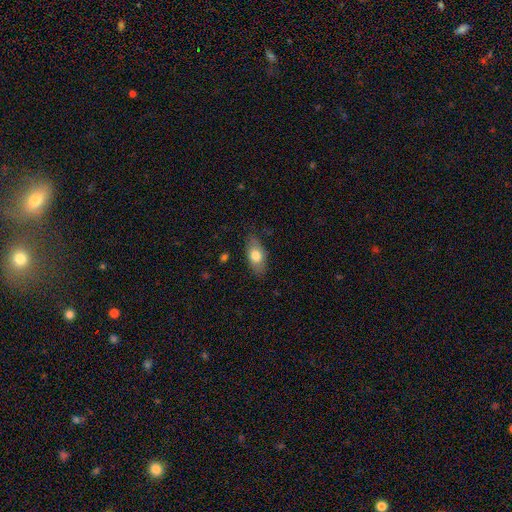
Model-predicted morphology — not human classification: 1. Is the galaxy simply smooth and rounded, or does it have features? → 74% smooth, 19% featured or disk, 7% star or artifact.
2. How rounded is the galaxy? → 88% in between, 6% cigar-shaped, 6% round.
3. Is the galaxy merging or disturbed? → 81% none, 15% minor disturbance, 3% major disturbance, 1% merger.